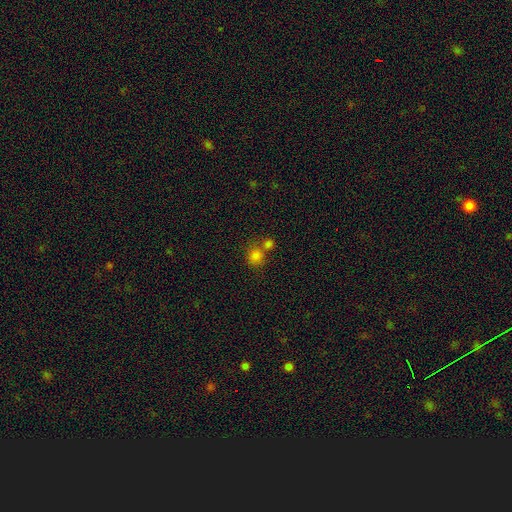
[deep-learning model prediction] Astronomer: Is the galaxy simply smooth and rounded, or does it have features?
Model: smooth — 80%.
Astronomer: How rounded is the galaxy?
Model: round — 82%.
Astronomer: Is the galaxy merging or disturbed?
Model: none — 52% (runner-up: merger, 36%).